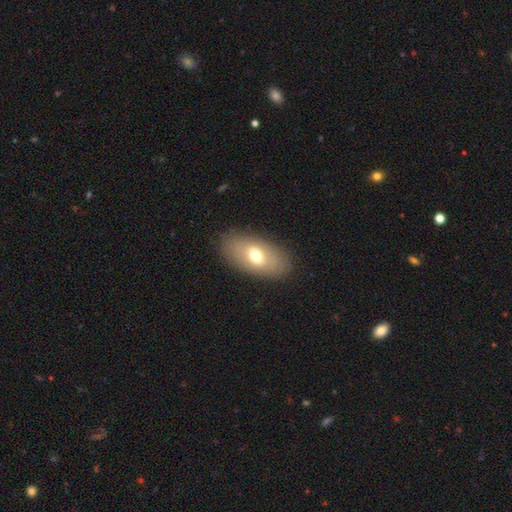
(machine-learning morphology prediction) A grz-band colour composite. It shows a smooth galaxy with no disk features (63%) that is in between round and cigar-shaped (91%). Merging: none (85%).